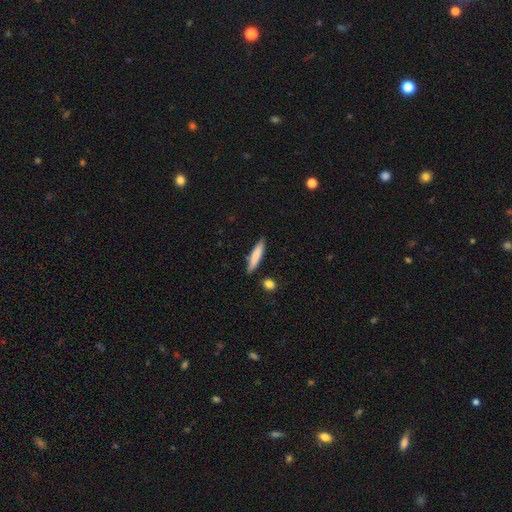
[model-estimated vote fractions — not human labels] Morphology: type=smooth (79%); roundness=cigar-shaped (83%); merging=none (83%).